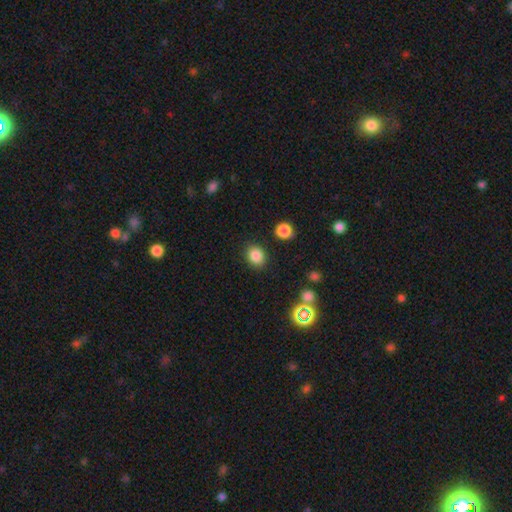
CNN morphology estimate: type=smooth (84%); roundness=round (56%); merging=none (86%).